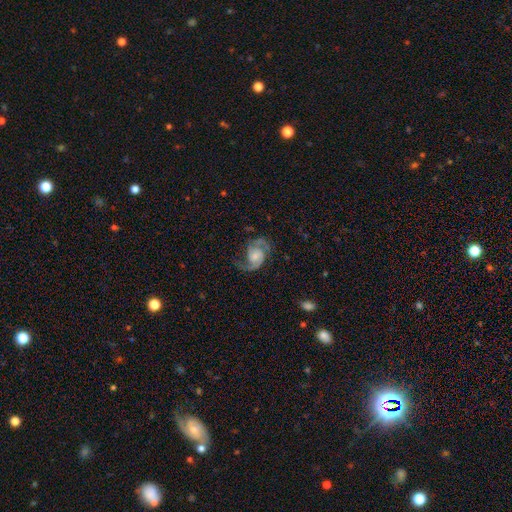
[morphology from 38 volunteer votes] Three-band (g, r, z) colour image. It shows a featured or disk galaxy (97%) with no bar (76%), 2 (100%) medium (49%) spiral arms (100%) and a small central bulge (41%). Merging: none (66%).